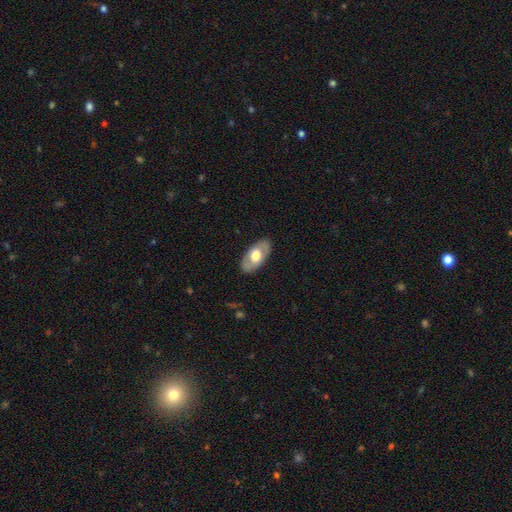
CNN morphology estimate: The model was most divided on "smooth or featured": smooth: 53%, featured or disk: 42%, star or artifact: 5%. More confident: how rounded — in between (92%); merging — none (84%).